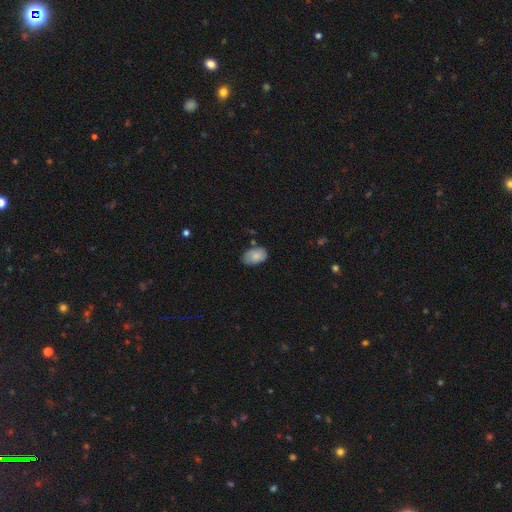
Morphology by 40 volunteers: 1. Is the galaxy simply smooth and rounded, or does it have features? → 70% smooth, 25% featured or disk, 5% star or artifact.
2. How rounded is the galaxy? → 100% in between, 0% round, 0% cigar-shaped.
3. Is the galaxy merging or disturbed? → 74% none, 24% minor disturbance, 3% major disturbance, 0% merger.